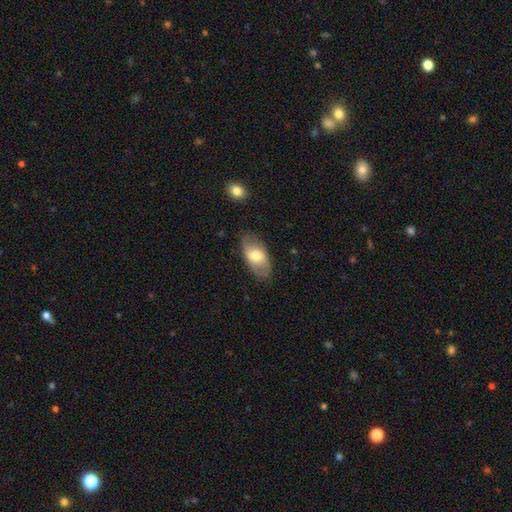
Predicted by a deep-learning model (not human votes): smooth-or-featured: smooth: 62% | featured or disk: 31% | star or artifact: 6%
  how-rounded: in between: 93% | round: 4% | cigar-shaped: 3%
  merging: none: 81% | minor disturbance: 14% | major disturbance: 4% | merger: 1%